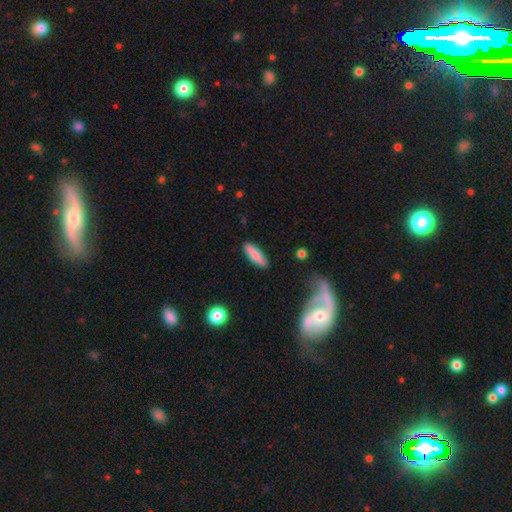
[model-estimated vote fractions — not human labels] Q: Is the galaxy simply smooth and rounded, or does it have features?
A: smooth — 81%.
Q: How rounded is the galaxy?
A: cigar-shaped — 60%.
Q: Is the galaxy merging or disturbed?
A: none — 88%.